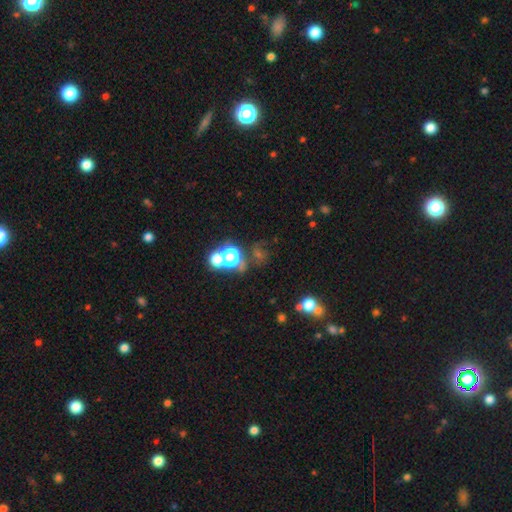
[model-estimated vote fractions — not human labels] Smooth or featured?
  - star or artifact: 59% *
  - smooth: 29%
  - featured or disk: 12%